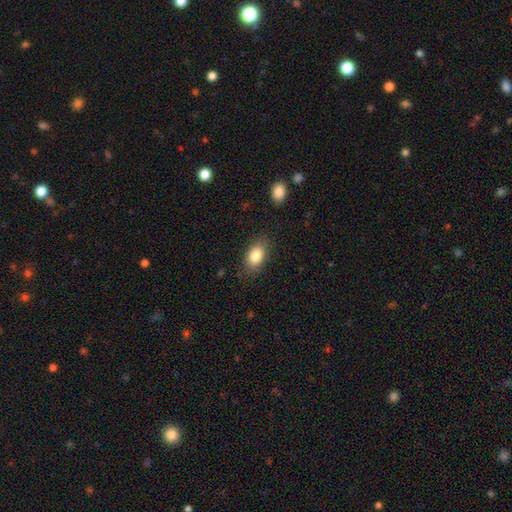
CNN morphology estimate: Smooth or featured: smooth — 84% (featured or disk — 9%)
How rounded: in between — 89% (round — 9%)
Merging: none — 82% (minor disturbance — 13%)